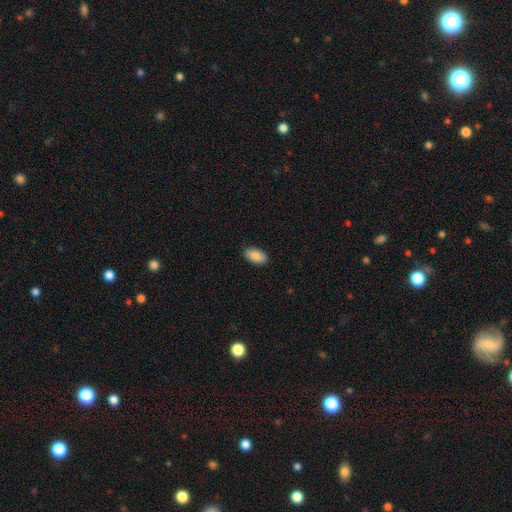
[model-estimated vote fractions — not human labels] This appears to be a smooth galaxy with no disk features (88%) that is in between round and cigar-shaped (94%). Merging: none (89%).